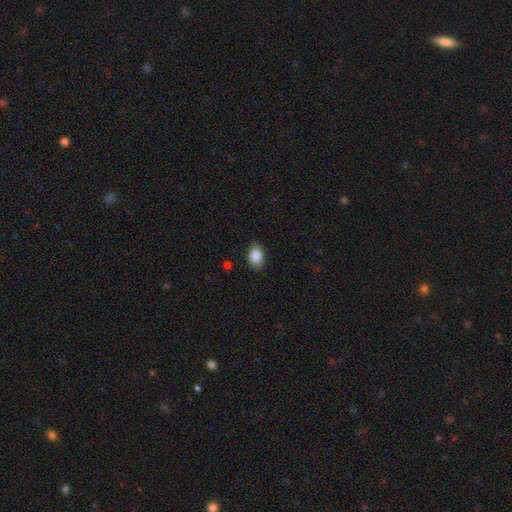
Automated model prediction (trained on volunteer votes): A smooth galaxy with no disk features (87%) that is in between round and cigar-shaped (87%).

Vote fractions:
- Smooth or featured? smooth: 87% / star or artifact: 7% / featured or disk: 6%
- How rounded? in between: 87% / round: 12% / cigar-shaped: 1%
- Merging? none: 86% / minor disturbance: 11% / major disturbance: 3% / merger: 1%